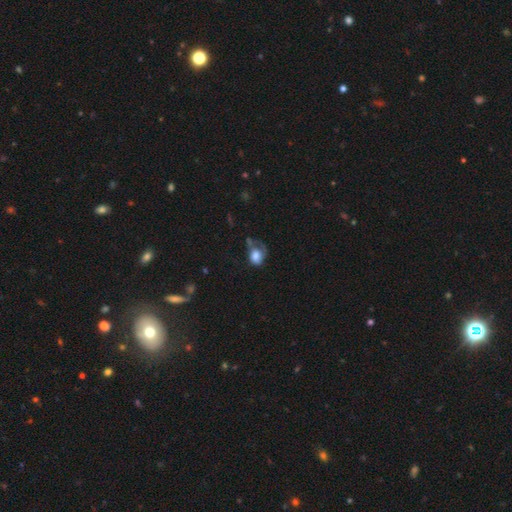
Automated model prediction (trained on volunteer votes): This appears to be a smooth galaxy with no disk features (66%) that is in between round and cigar-shaped (62%). Merging: major disturbance (42%).